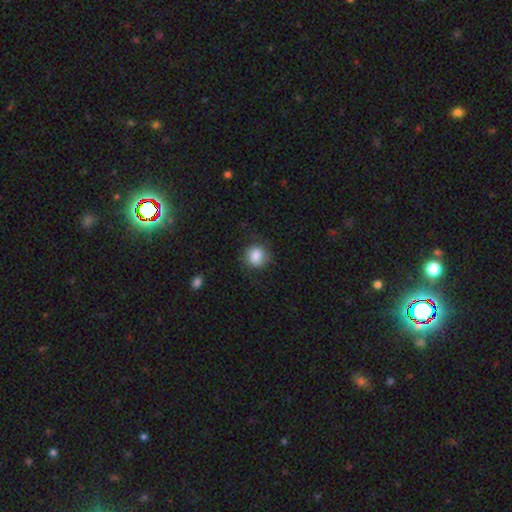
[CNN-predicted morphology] The model was most divided on "how rounded": round: 81%, in between: 18%, cigar-shaped: 1%. More confident: smooth or featured — smooth (84%); merging — none (78%).